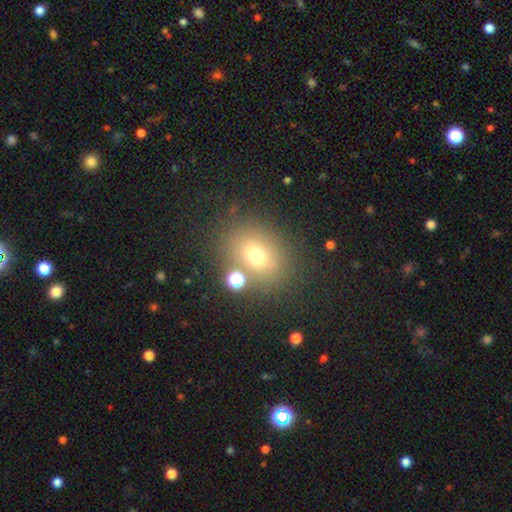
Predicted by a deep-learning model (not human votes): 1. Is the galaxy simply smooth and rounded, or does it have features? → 68% smooth, 18% star or artifact, 14% featured or disk.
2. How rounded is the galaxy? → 50% round, 48% in between, 1% cigar-shaped.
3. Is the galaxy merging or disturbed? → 73% none, 11% minor disturbance, 10% merger, 5% major disturbance.